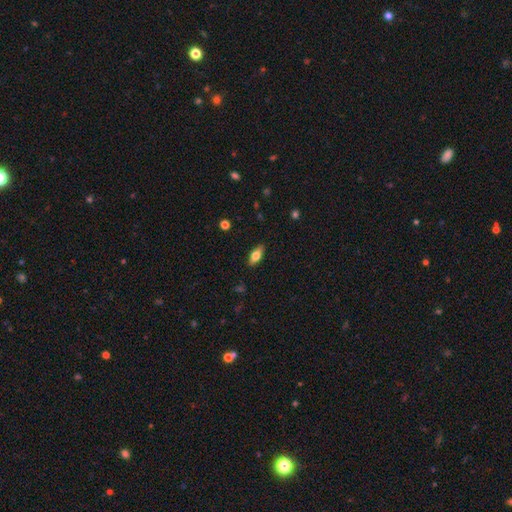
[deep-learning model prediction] Overall: smooth (63%; featured or disk 30%). How rounded: in between (77%). Merging: none (88%).